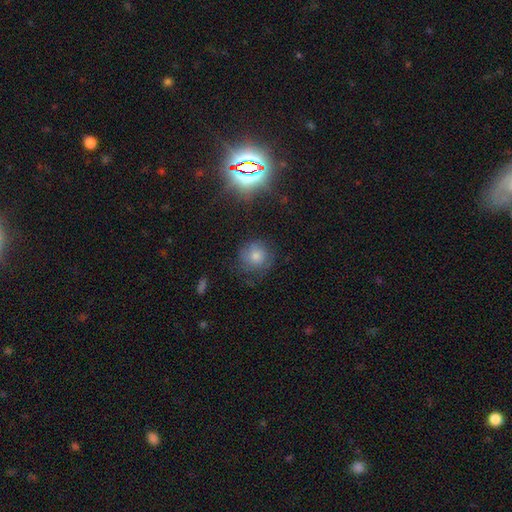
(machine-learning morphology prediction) Overall: smooth (58%; star or artifact 25%). How rounded: round (90%). Merging: none (74%).